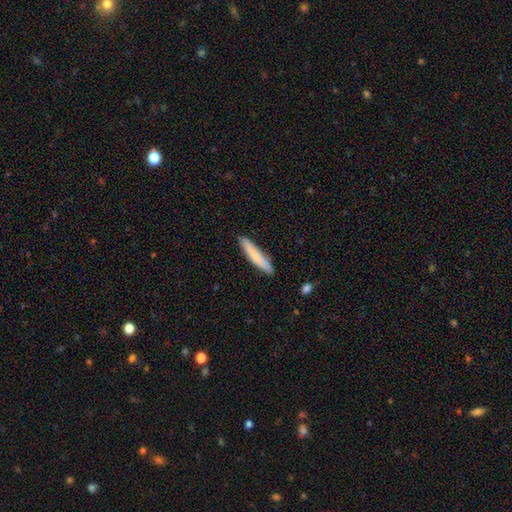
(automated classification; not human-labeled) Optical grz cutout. It shows a smooth galaxy with no disk features (78%) that is cigar-shaped (90%). Merging: none (88%).